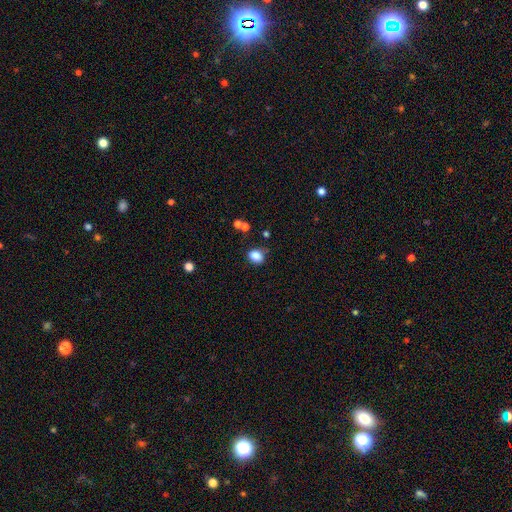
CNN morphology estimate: Overall: smooth (85%). How rounded: in between (58%; round 41%). Merging: none (73%).